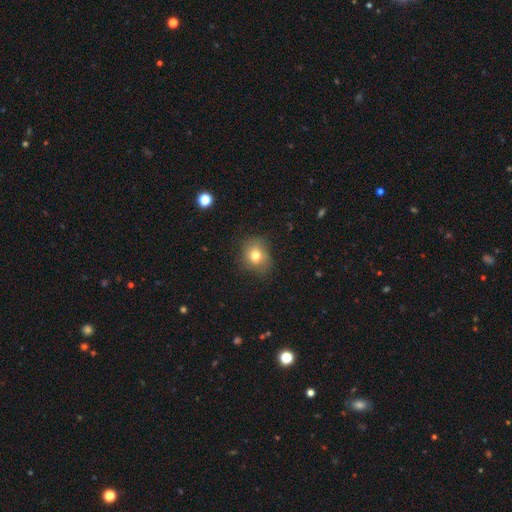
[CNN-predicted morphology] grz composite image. It shows a smooth galaxy with no disk features (75%) that is round (66%). Merging: none (73%).